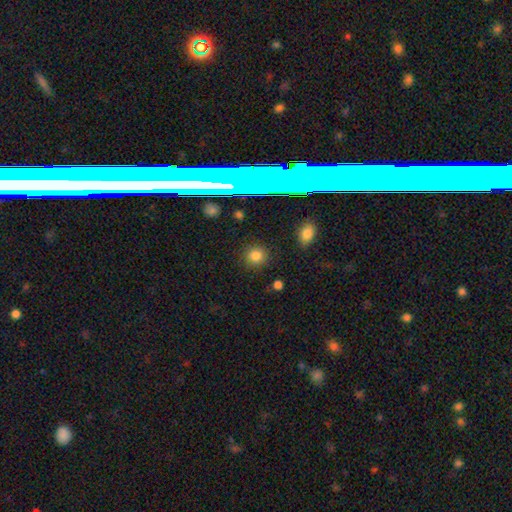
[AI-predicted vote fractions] Smooth or featured: smooth — 79% (star or artifact — 15%)
How rounded: round — 91% (in between — 8%)
Merging: none — 89% (minor disturbance — 7%)